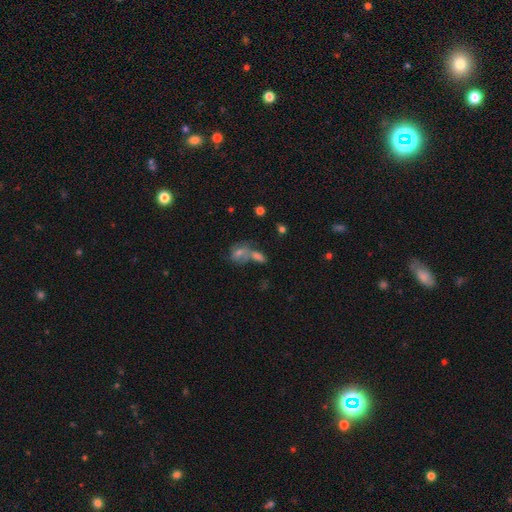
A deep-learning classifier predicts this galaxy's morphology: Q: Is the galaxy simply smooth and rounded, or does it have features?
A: smooth — 64%.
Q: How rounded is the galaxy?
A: in between — 76%.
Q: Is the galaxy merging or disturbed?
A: merger — 45%.